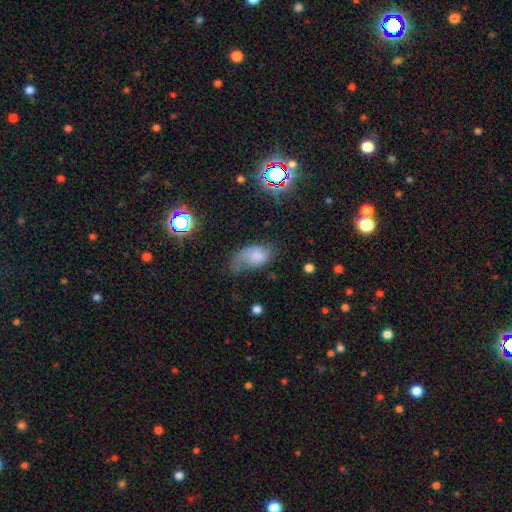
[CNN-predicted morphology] This is likely a smooth galaxy (66%). How rounded: clearly in between (91%). Merging: marginally minor disturbance (33%, tied with major disturbance).